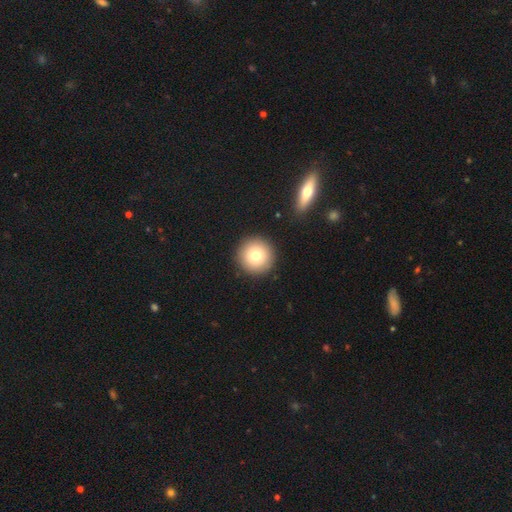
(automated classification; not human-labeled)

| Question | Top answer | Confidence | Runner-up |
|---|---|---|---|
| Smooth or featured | smooth | 76% | featured or disk (14%) |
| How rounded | round | 96% | in between (3%) |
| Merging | none | 91% | minor disturbance (5%) |